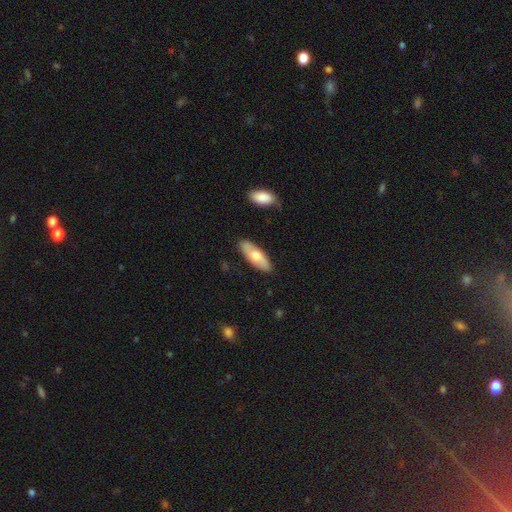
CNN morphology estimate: Smooth or featured? Predicted: smooth (p=0.61). How rounded? Predicted: in between (p=0.70). Merging? Predicted: none (p=0.85).